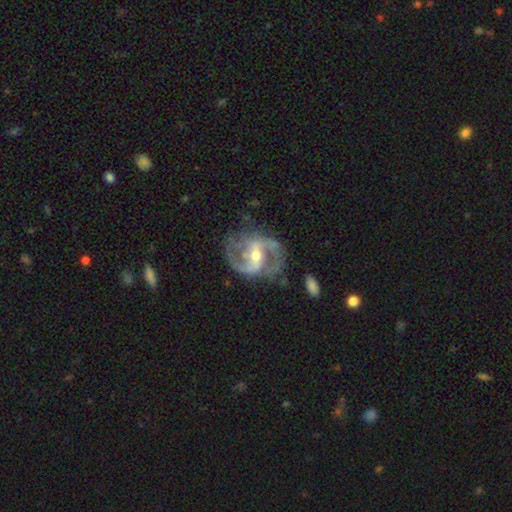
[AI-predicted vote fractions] A featured or disk galaxy (90%) with a strong bar (44%), 2 (89%) medium (54%) spiral arms (95%) and a moderate central bulge (58%). Merging: none (71%).